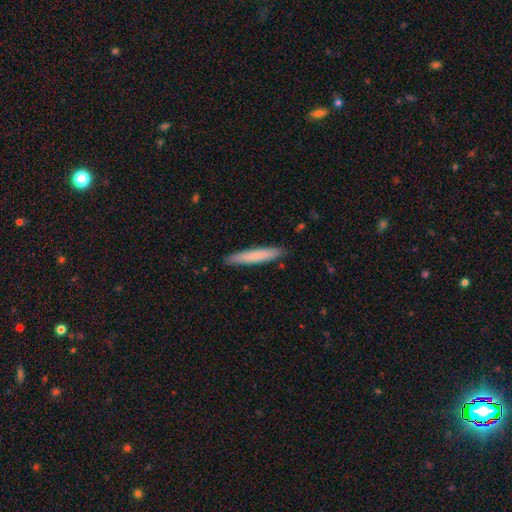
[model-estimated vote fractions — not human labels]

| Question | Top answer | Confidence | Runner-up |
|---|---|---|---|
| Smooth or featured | smooth | 77% | featured or disk (18%) |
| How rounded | cigar-shaped | 94% | in between (5%) |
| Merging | none | 90% | minor disturbance (8%) |